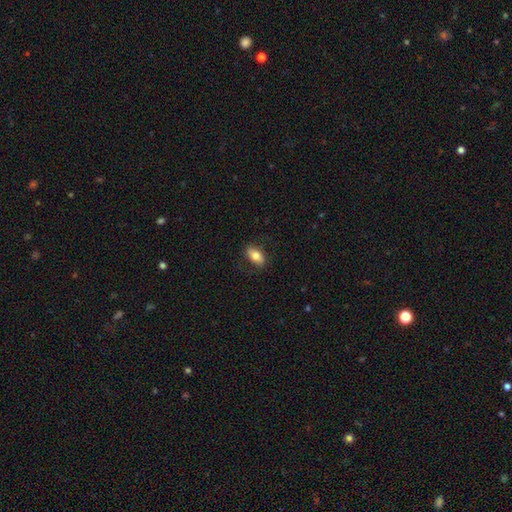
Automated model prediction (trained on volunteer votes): The model was most divided on "smooth or featured": smooth: 72%, featured or disk: 21%, star or artifact: 7%. More confident: how rounded — in between (86%); merging — none (80%).